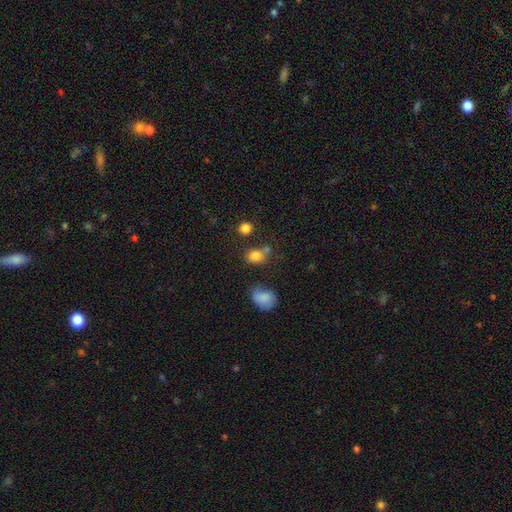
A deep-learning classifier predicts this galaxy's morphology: Smooth or featured? Predicted: smooth (p=0.81). How rounded? Predicted: round (p=0.55). Merging? Predicted: none (p=0.61).